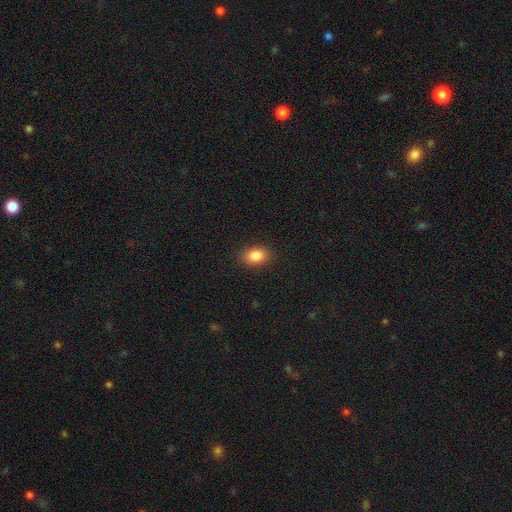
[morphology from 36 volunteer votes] A smooth galaxy with no disk features (89%) that is in between round and cigar-shaped (88%). Merging: none (94%).